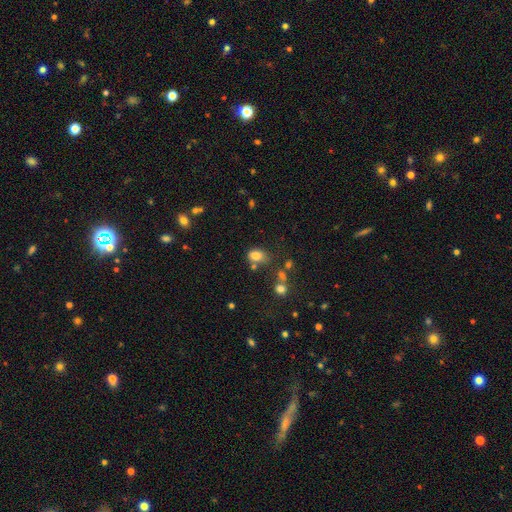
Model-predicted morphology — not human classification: Smooth or featured? Predicted: smooth (p=0.79). How rounded? Predicted: in between (p=0.71). Merging? Predicted: none (p=0.57).